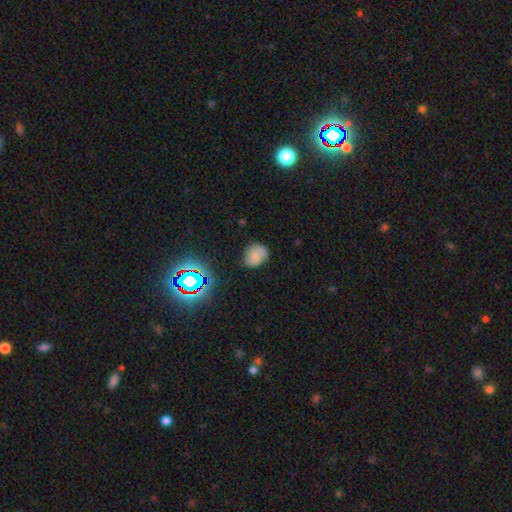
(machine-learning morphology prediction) Smooth or featured? smooth (63%)
How rounded? round (55%)
Merging? none (67%)